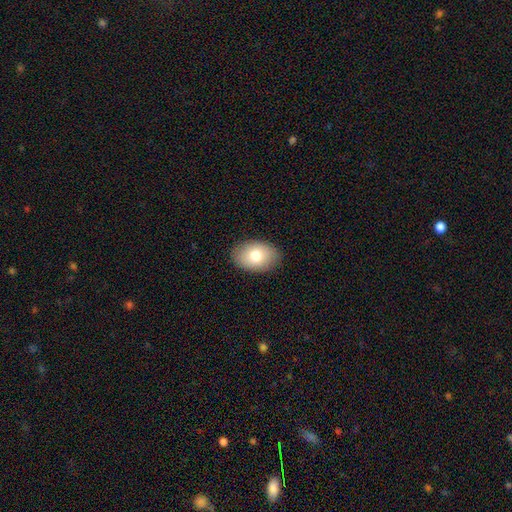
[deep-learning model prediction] smooth_or_featured: smooth (p=0.77) [alt: featured or disk p=0.15]
how_rounded: in between (p=0.86) [alt: round p=0.13]
merging: none (p=0.88) [alt: minor disturbance p=0.09]